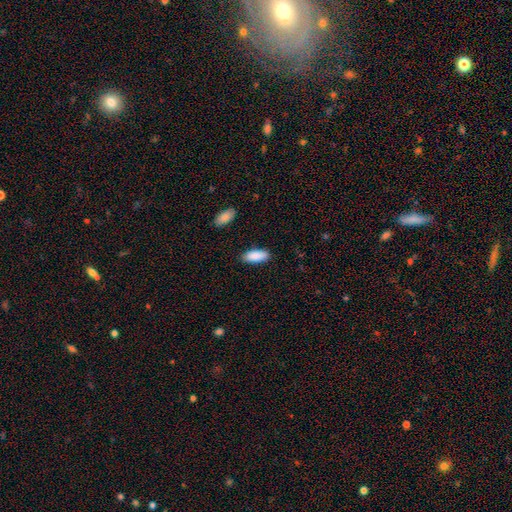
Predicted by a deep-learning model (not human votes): The model was most divided on "how rounded": in between: 83%, cigar-shaped: 16%, round: 2%. More confident: smooth or featured — smooth (90%); merging — none (87%).